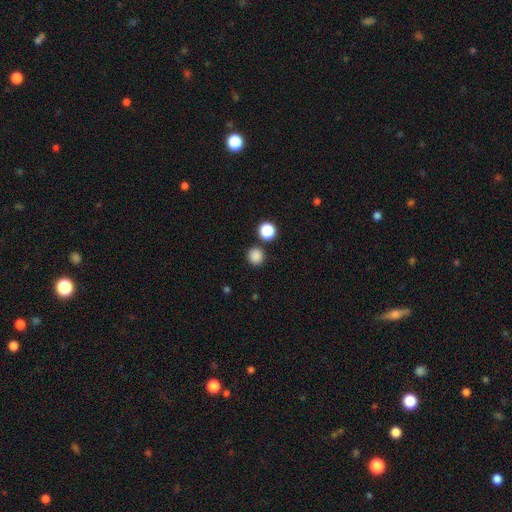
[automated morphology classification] type=smooth (85%); roundness=round (93%); merging=none (85%).